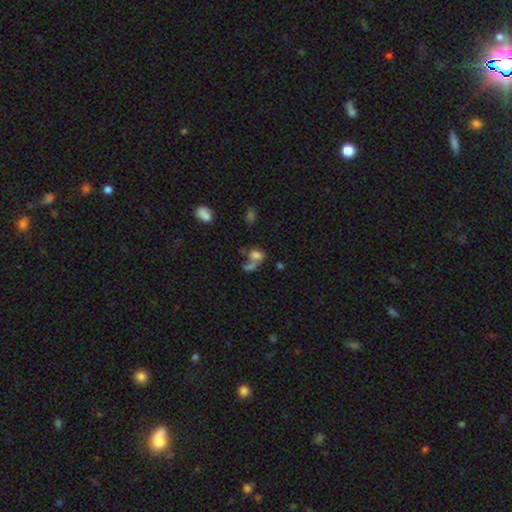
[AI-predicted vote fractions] smooth-or-featured: smooth: 68% | featured or disk: 17% | star or artifact: 15%
  how-rounded: in between: 70% | round: 28% | cigar-shaped: 2%
  merging: merger: 50% | none: 26% | major disturbance: 13% | minor disturbance: 10%